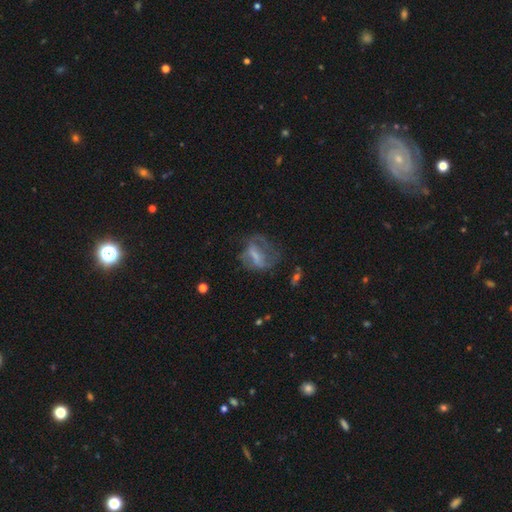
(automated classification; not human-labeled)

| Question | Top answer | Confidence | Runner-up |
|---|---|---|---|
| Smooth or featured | featured or disk | 54% | smooth (34%) |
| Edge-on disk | no | 95% | yes (5%) |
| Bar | weak | 38% | no (35%) |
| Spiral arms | no | 57% | yes (43%) |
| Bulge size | none | 42% | small (30%) |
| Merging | major disturbance | 38% | none (37%) |